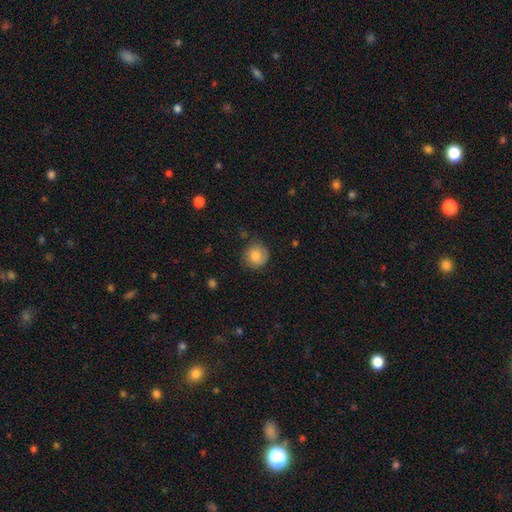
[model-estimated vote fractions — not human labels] Q: Smooth or featured?
A: smooth (78%); runner-up: featured or disk (14%)
Q: How rounded?
A: round (88%); runner-up: in between (11%)
Q: Merging?
A: none (75%); runner-up: minor disturbance (19%)